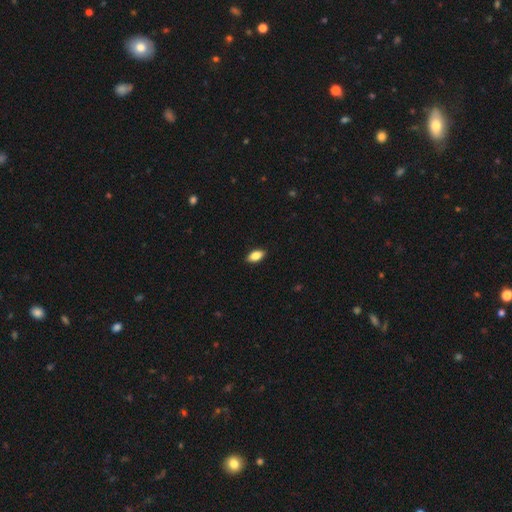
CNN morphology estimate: Smooth or featured? Predicted: smooth (p=0.84). How rounded? Predicted: in between (p=0.90). Merging? Predicted: none (p=0.89).